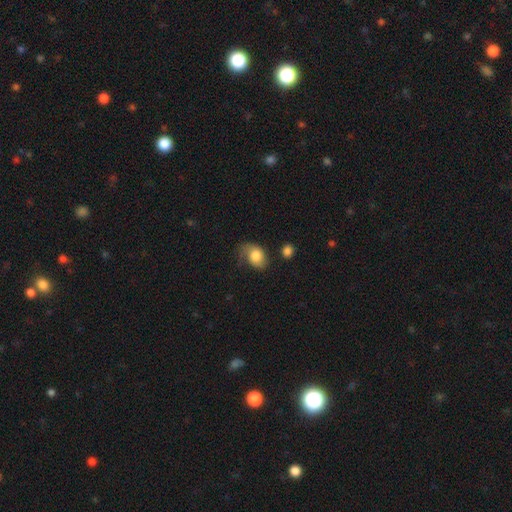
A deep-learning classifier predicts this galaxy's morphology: Q: Smooth or featured?
A: smooth (72%); runner-up: featured or disk (20%)
Q: How rounded?
A: in between (69%); runner-up: round (30%)
Q: Merging?
A: none (41%); runner-up: minor disturbance (33%)